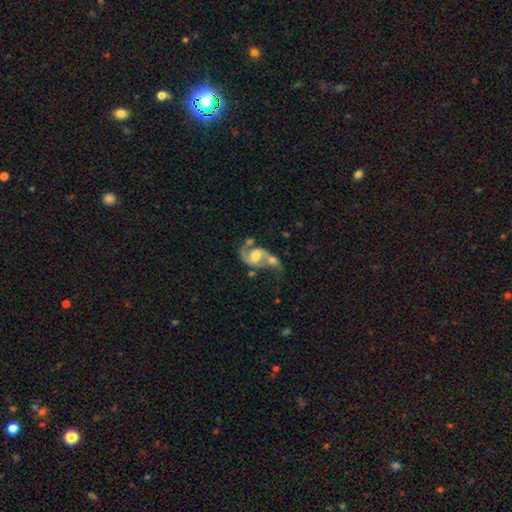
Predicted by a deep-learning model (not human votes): The model was most divided on "bar": weak: 45%, no: 41%, strong: 15%. Remaining: edge-on disk — no (97%); spiral arms — yes (93%); spiral arm count — 2 (86%); smooth or featured — featured or disk (81%); bulge size — moderate (59%); merging — merger (50%); spiral winding — medium (46%).